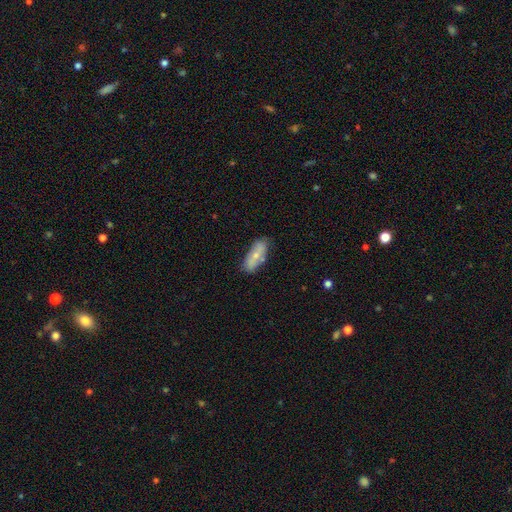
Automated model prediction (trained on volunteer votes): Overall: smooth (60%; featured or disk 34%). How rounded: in between (73%). Merging: none (69%).